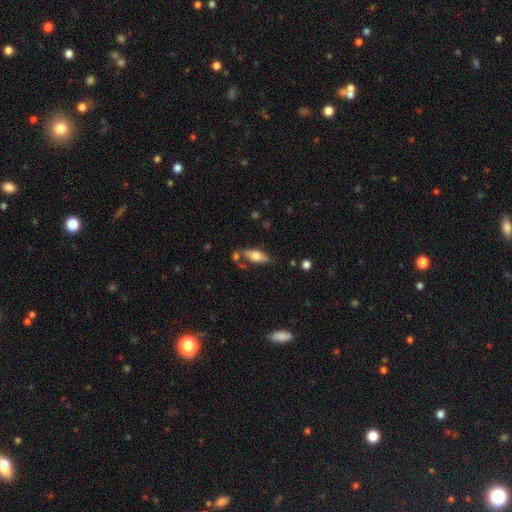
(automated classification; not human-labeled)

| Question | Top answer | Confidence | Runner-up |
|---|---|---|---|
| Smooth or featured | smooth | 70% | featured or disk (23%) |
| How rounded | in between | 80% | cigar-shaped (18%) |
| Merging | none | 67% | minor disturbance (17%) |